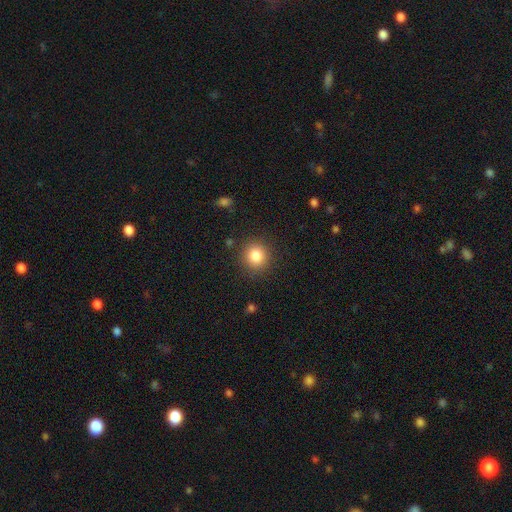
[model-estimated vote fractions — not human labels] Morphology: type=smooth (84%); roundness=round (91%); merging=none (88%).